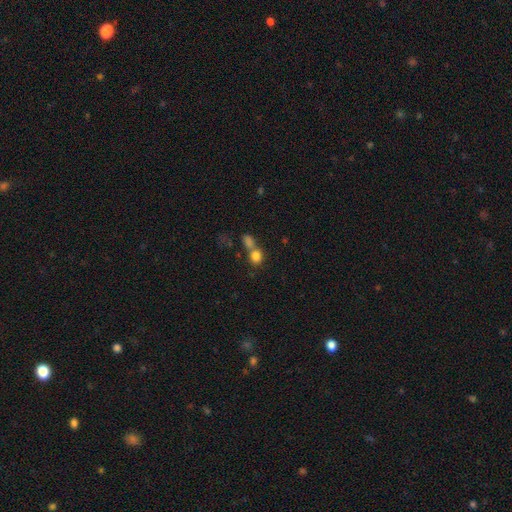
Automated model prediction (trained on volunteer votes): A smooth galaxy with no disk features (80%) that is round (72%).

Vote fractions:
- Smooth or featured? smooth: 80% / star or artifact: 12% / featured or disk: 8%
- How rounded? round: 72% / in between: 27% / cigar-shaped: 2%
- Merging? merger: 48% / none: 39% / minor disturbance: 8% / major disturbance: 5%